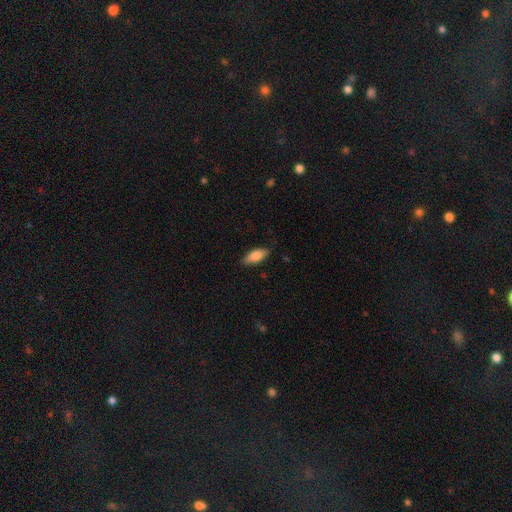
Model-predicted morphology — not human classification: smooth-or-featured: smooth: 78% | featured or disk: 16% | star or artifact: 6%
  how-rounded: in between: 78% | cigar-shaped: 20% | round: 2%
  merging: none: 86% | minor disturbance: 11% | major disturbance: 2% | merger: 1%